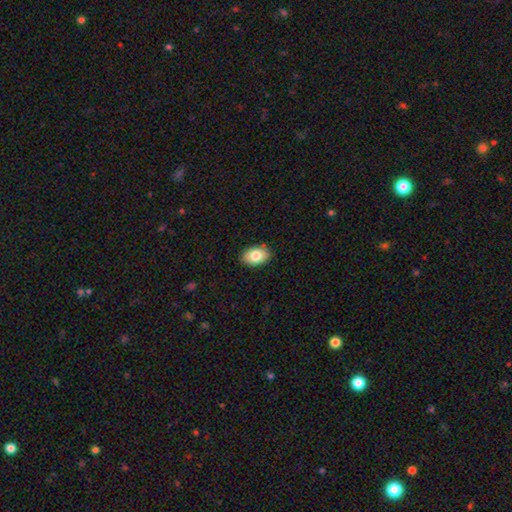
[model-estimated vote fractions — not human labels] Smooth or featured: smooth — 81% (featured or disk — 12%)
How rounded: in between — 90% (round — 9%)
Merging: none — 87% (minor disturbance — 10%)